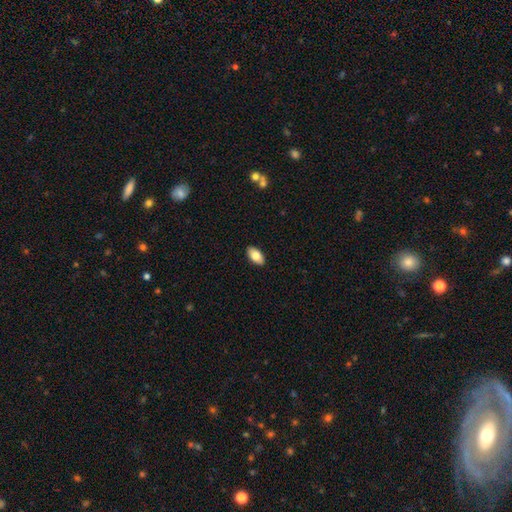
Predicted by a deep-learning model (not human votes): Overall: smooth (82%). How rounded: in between (94%). Merging: none (90%).